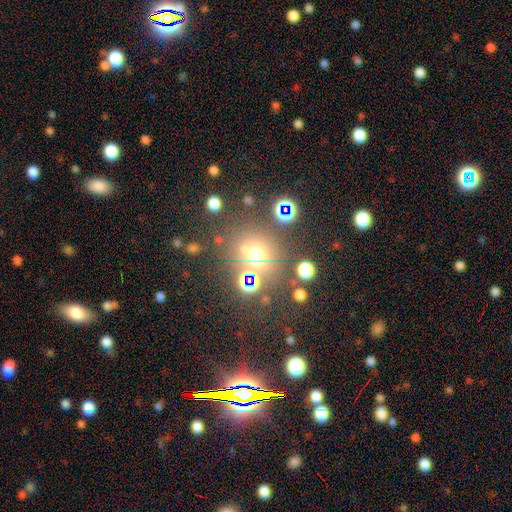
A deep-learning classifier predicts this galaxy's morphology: Smooth or featured: smooth — 54% (star or artifact — 35%)
How rounded: round — 85% (in between — 14%)
Merging: none — 71% (minor disturbance — 11%)